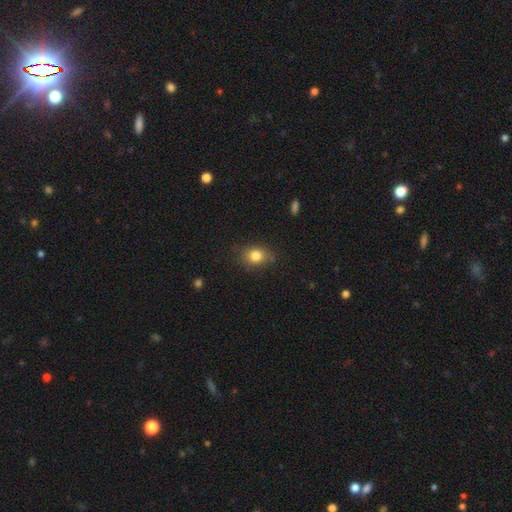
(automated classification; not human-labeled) Smooth or featured?
  - smooth: 82% *
  - star or artifact: 10%
  - featured or disk: 8%
How rounded?
  - in between: 54% *
  - round: 45%
  - cigar-shaped: 1%
Merging?
  - none: 79% *
  - minor disturbance: 15%
  - major disturbance: 4%
  - merger: 2%